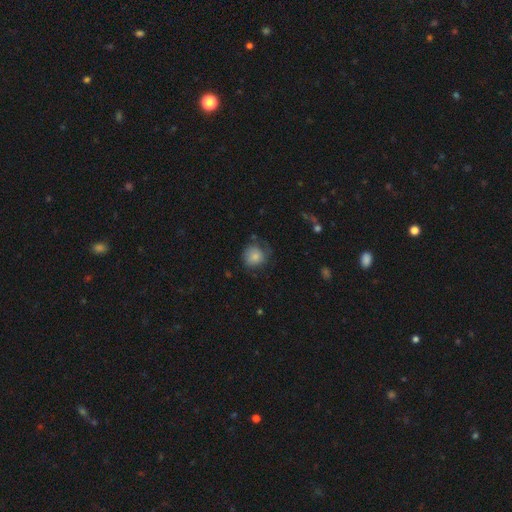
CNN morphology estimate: Q: Smooth or featured?
A: smooth (70%); runner-up: featured or disk (19%)
Q: How rounded?
A: round (83%); runner-up: in between (16%)
Q: Merging?
A: none (60%); runner-up: minor disturbance (25%)